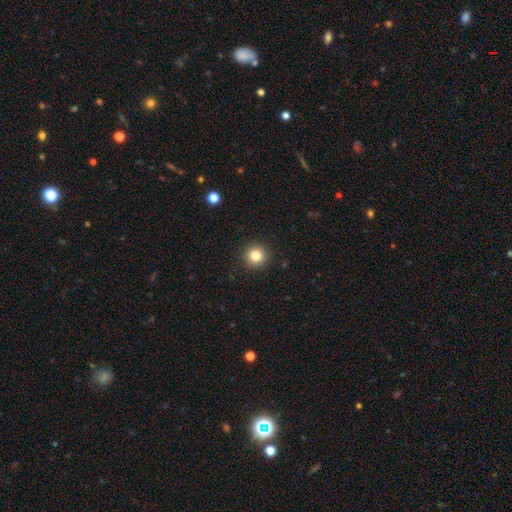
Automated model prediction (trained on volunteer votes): smooth 82%, star or artifact 11%, featured or disk 6%. Down the decision tree: how rounded — round (94%); merging — none (92%).